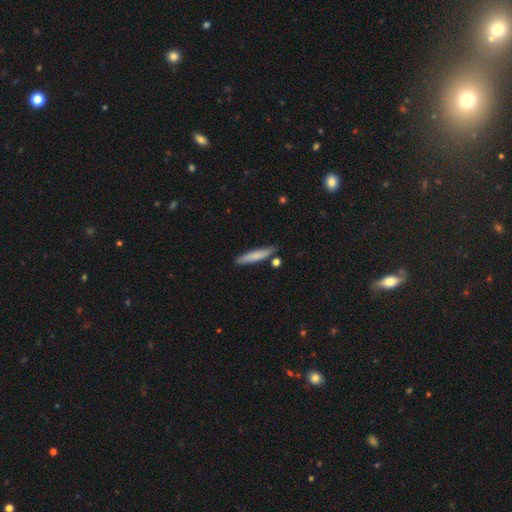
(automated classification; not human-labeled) Morphology: type=smooth (75%); roundness=cigar-shaped (88%); merging=none (80%).